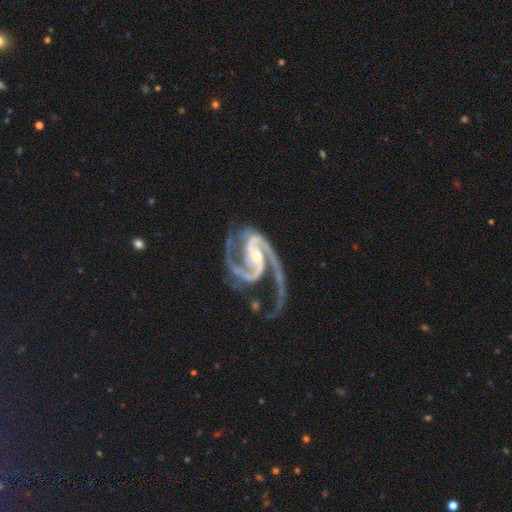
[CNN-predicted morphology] A featured or disk galaxy (95%) with a weak bar (40%), 2 (85%) medium (59%) spiral arms (99%) and a small central bulge (45%).

Vote fractions:
- Smooth or featured? featured or disk: 95% / star or artifact: 3% / smooth: 2%
- Edge-on disk? no: 98% / yes: 2%
- Bar? weak: 40% / no: 36% / strong: 25%
- Spiral arms? yes: 99% / no: 1%
- Spiral winding? medium: 59% / tight: 21% / loose: 20%
- Spiral arm count? 2: 85% / 3: 6% / 1: 3% / can't tell: 2% / 4: 2% / more than 4: 2%
- Bulge size? small: 45% / moderate: 44% / none: 5% / large: 4% / dominant: 1%
- Merging? none: 43% / major disturbance: 33% / minor disturbance: 19% / merger: 5%